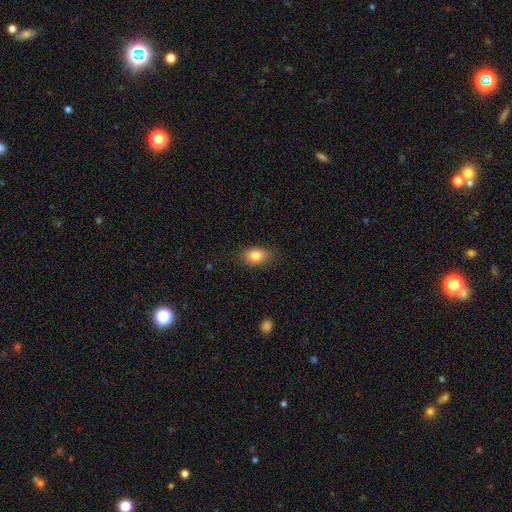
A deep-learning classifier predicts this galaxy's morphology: Smooth or featured?
  - smooth: 83% *
  - star or artifact: 9%
  - featured or disk: 9%
How rounded?
  - in between: 80% *
  - round: 17%
  - cigar-shaped: 3%
Merging?
  - none: 78% *
  - minor disturbance: 17%
  - major disturbance: 4%
  - merger: 1%